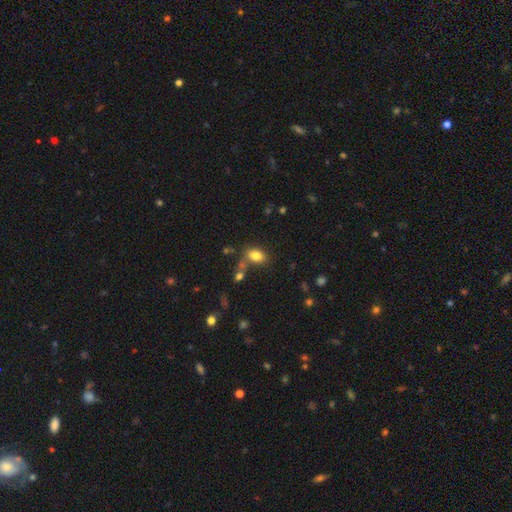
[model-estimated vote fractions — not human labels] Overall: smooth (82%). How rounded: in between (85%). Merging: none (63%).